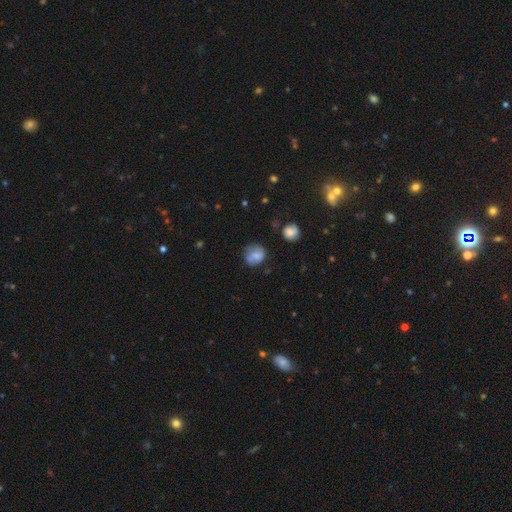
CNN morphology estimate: The model was most divided on "merging": none: 60%, minor disturbance: 24%, major disturbance: 9%, merger: 7%. More confident: how rounded — round (77%); smooth or featured — smooth (68%).